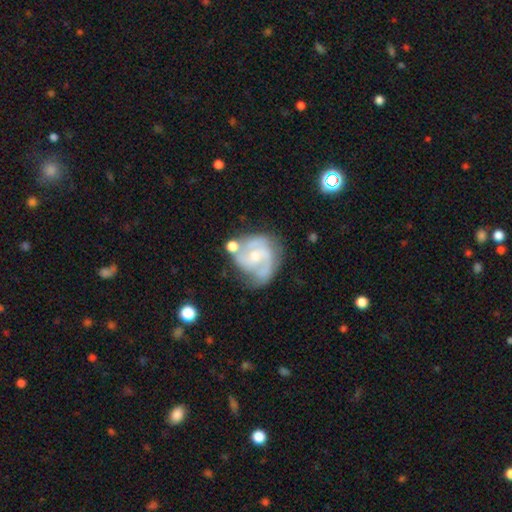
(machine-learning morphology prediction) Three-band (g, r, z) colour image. It shows a featured or disk galaxy (82%) with no bar (56%), 2 (56%) medium (48%) spiral arms (92%) and a small central bulge (47%). Merging: none (51%).